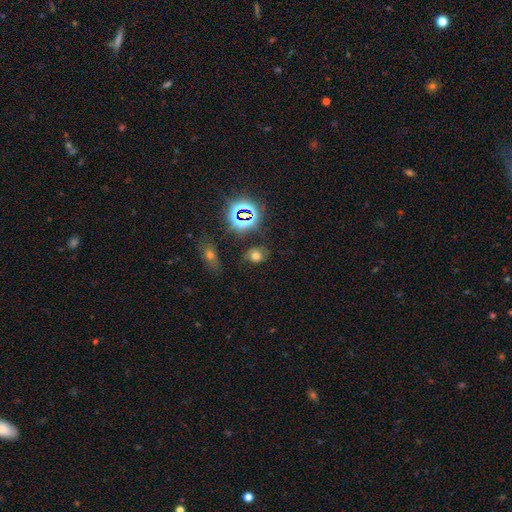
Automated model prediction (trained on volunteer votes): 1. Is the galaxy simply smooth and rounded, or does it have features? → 58% smooth, 29% star or artifact, 12% featured or disk.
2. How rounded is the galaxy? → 58% round, 40% in between, 1% cigar-shaped.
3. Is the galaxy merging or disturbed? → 69% none, 19% minor disturbance, 8% major disturbance, 4% merger.